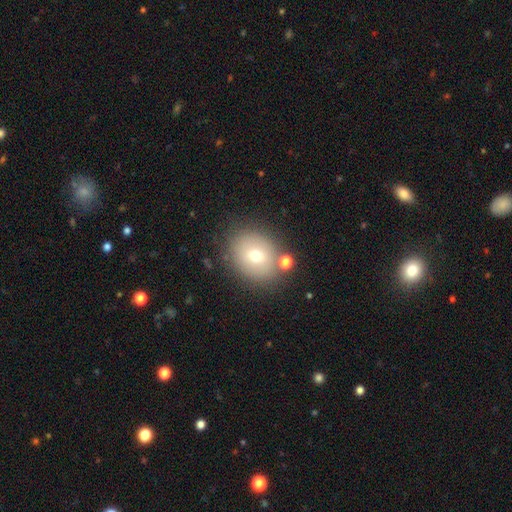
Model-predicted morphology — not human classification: This is likely a smooth galaxy (69%). How rounded: possibly round (59%). Merging: likely none (77%).